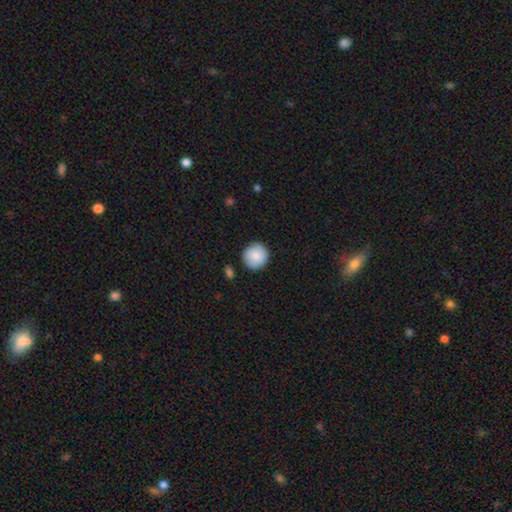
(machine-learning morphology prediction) smooth 87%, featured or disk 7%, star or artifact 6%. Down the decision tree: how rounded — round (94%); merging — none (88%).